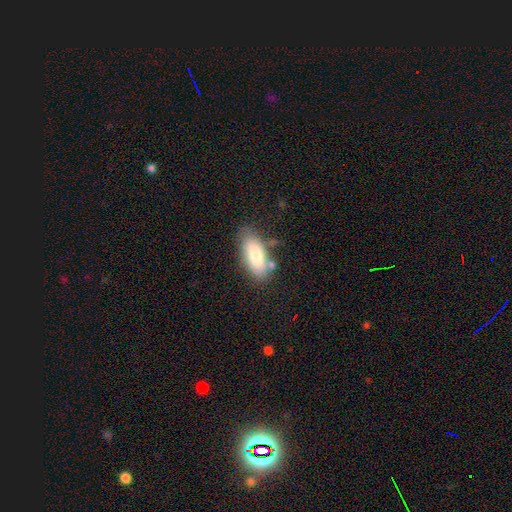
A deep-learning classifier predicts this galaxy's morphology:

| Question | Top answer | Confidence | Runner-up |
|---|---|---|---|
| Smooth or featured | smooth | 77% | featured or disk (16%) |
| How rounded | in between | 85% | cigar-shaped (13%) |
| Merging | none | 64% | minor disturbance (21%) |